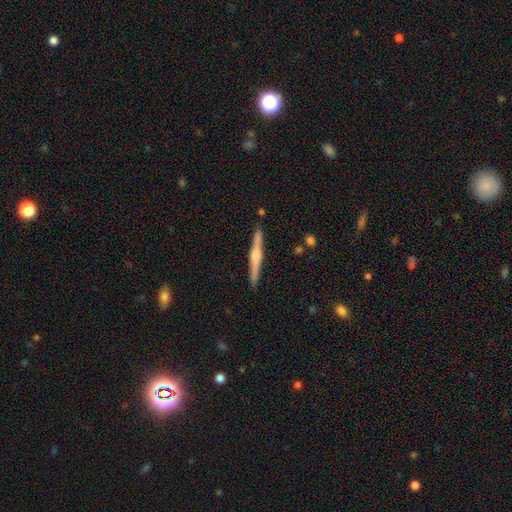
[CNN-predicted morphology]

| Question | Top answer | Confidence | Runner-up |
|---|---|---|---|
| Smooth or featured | featured or disk | 74% | smooth (21%) |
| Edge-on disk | yes | 98% | no (2%) |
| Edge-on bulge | rounded | 85% | boxy (9%) |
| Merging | none | 91% | minor disturbance (6%) |